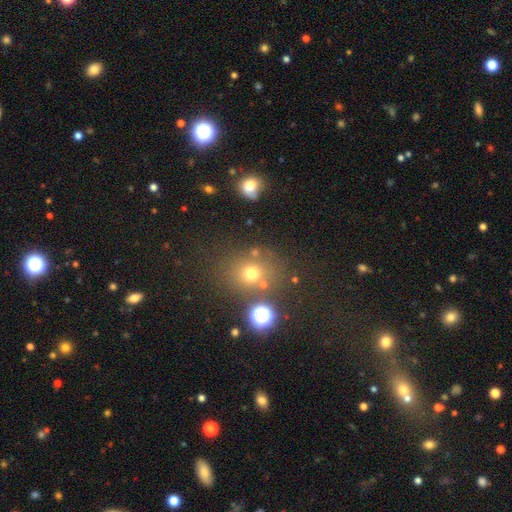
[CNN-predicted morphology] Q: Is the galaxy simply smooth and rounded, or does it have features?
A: smooth — 51%.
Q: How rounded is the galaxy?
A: round — 74%.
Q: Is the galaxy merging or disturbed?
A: none — 71%.